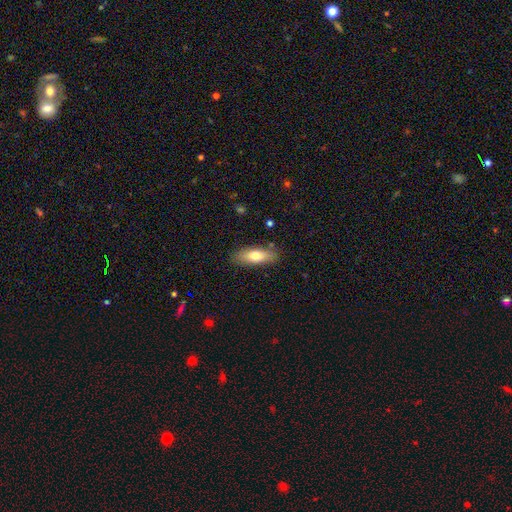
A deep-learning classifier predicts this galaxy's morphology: Smooth or featured? Predicted: smooth (p=0.71). How rounded? Predicted: in between (p=0.66). Merging? Predicted: none (p=0.85).